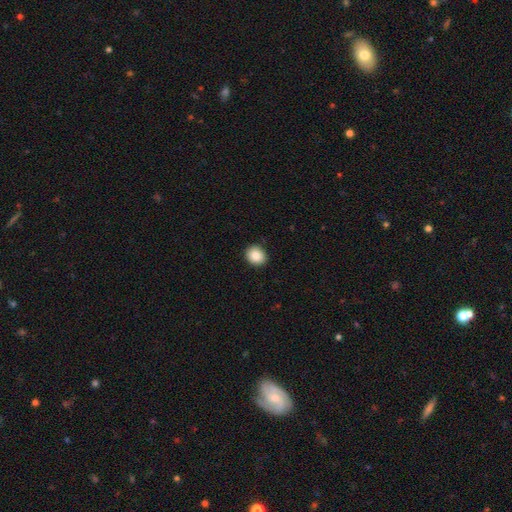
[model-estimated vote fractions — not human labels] smooth 88%, star or artifact 8%, featured or disk 4%. Down the decision tree: how rounded — round (68%); merging — none (90%).